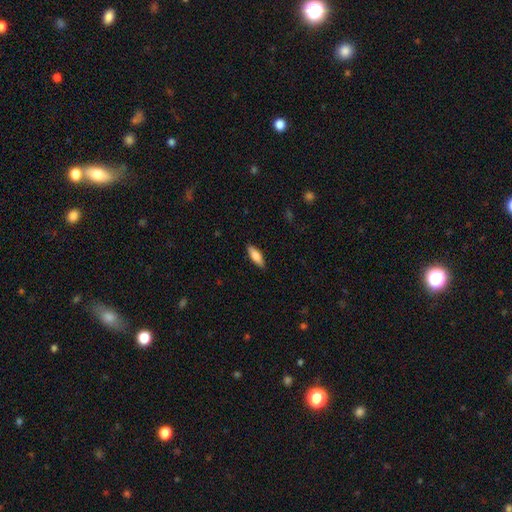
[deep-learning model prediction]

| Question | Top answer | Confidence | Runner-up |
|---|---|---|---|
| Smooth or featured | smooth | 74% | featured or disk (20%) |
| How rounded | in between | 56% | cigar-shaped (42%) |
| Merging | none | 88% | minor disturbance (9%) |